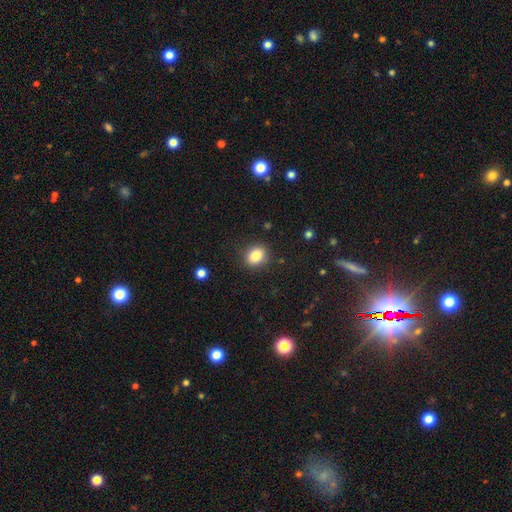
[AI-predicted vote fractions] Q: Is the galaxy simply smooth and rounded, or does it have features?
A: smooth — 85%.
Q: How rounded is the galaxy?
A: round — 54%.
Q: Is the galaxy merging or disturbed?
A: none — 86%.